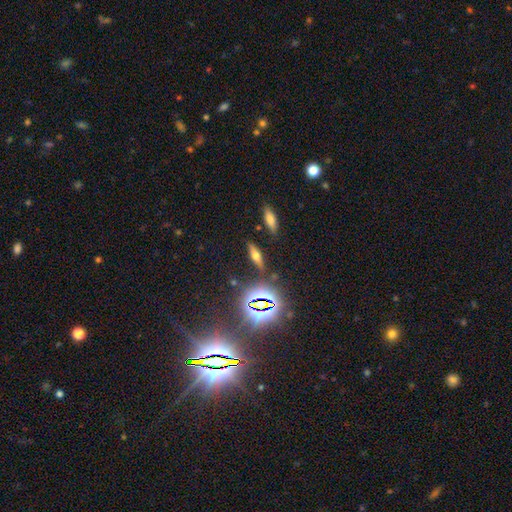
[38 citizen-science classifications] smooth_or_featured: featured or disk (p=0.53) [alt: smooth p=0.42]
disk_edge_on: yes (p=0.90) [alt: no p=0.10]
edge_on_bulge: rounded (p=0.94) [alt: boxy p=0.06]
merging: none (p=0.81) [alt: minor disturbance p=0.11]